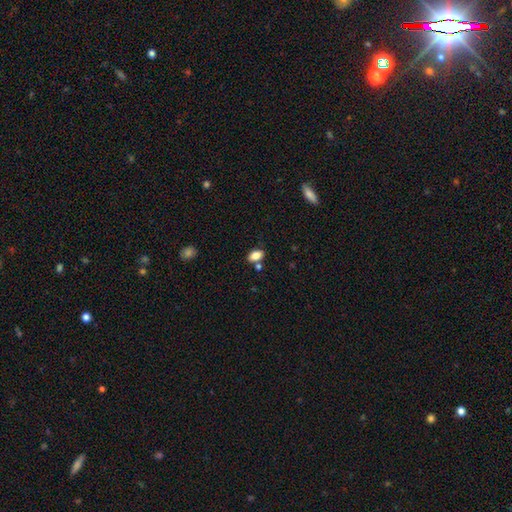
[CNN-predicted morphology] smooth_or_featured: smooth (p=0.84) [alt: star or artifact p=0.09]
how_rounded: in between (p=0.87) [alt: round p=0.11]
merging: none (p=0.70) [alt: merger p=0.14]